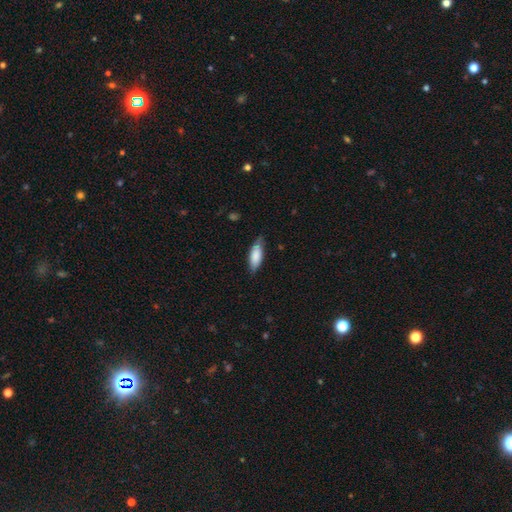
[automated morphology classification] Overall: smooth (81%). How rounded: in between (68%; cigar-shaped 30%). Merging: none (74%).